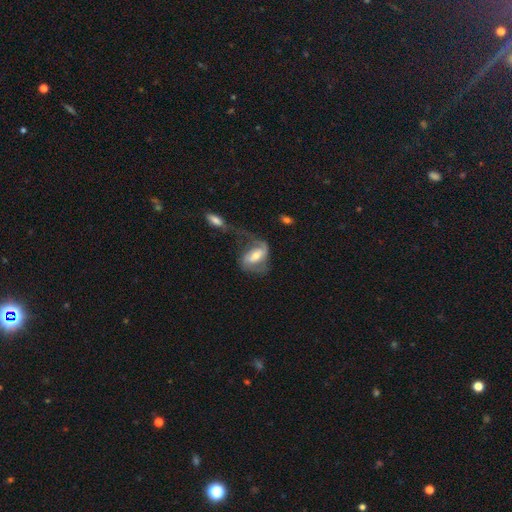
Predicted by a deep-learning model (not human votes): smooth-or-featured: featured or disk: 73% | smooth: 21% | star or artifact: 6%
  disk-edge-on: no: 95% | yes: 5%
    bar: weak: 40% | strong: 38% | no: 21%
    has-spiral-arms: yes: 86% | no: 14%
      spiral-winding: loose: 43% | medium: 39% | tight: 18%
      spiral-arm-count: 2: 70% | 1: 17% | can't tell: 9% | 3: 2% | 4: 1% | more than 4: 1%
    bulge-size: moderate: 63% | small: 27% | large: 8% | none: 2% | dominant: 1%
  merging: major disturbance: 39% | none: 31% | minor disturbance: 18% | merger: 13%